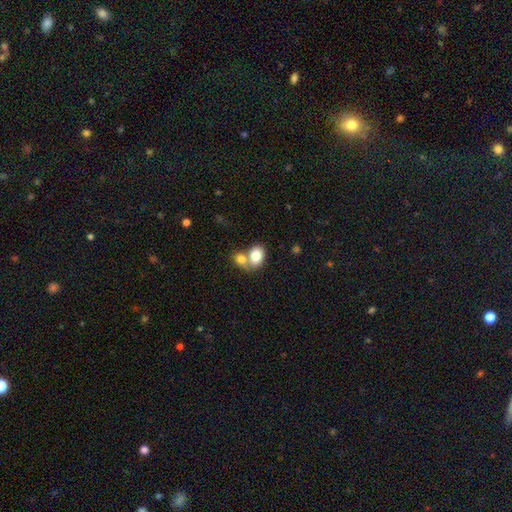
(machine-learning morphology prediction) smooth_or_featured: smooth (p=0.81) [alt: featured or disk p=0.12]
how_rounded: in between (p=0.74) [alt: round p=0.25]
merging: merger (p=0.55) [alt: none p=0.33]